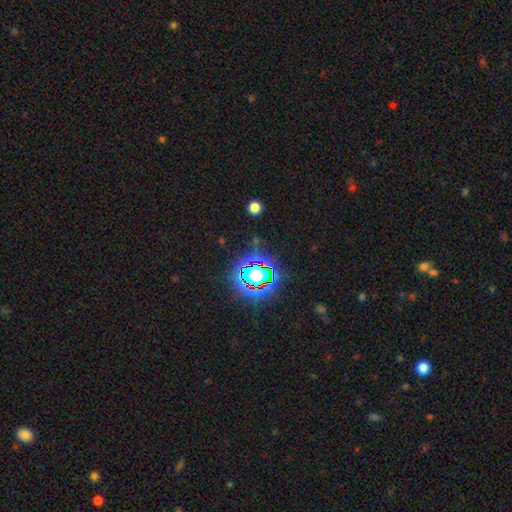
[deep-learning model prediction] A star or artifact, not a galaxy (81%).